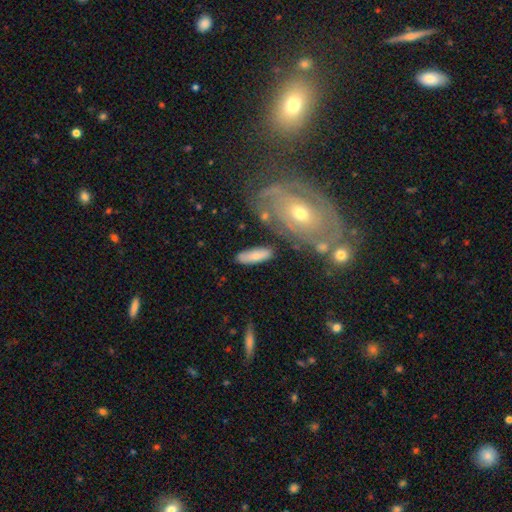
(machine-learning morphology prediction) A smooth galaxy with no disk features (70%) that is in between round and cigar-shaped (53%).

Vote fractions:
- Smooth or featured? smooth: 70% / featured or disk: 24% / star or artifact: 6%
- How rounded? in between: 53% / cigar-shaped: 45% / round: 3%
- Merging? none: 75% / minor disturbance: 14% / merger: 6% / major disturbance: 5%